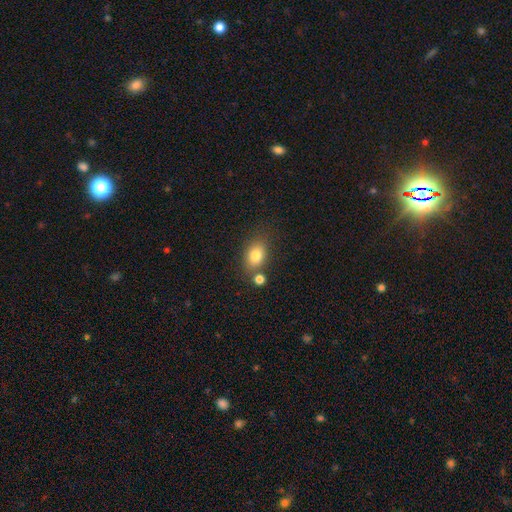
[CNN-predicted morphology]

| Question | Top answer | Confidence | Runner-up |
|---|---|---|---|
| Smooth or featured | smooth | 80% | star or artifact (10%) |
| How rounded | in between | 70% | round (29%) |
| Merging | none | 66% | merger (17%) |